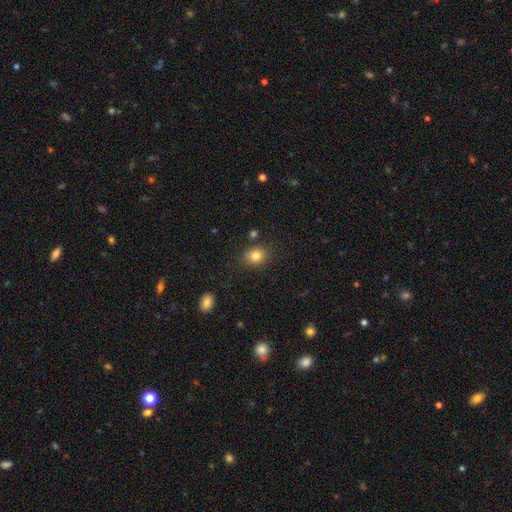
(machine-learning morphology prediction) Overall: smooth (82%). How rounded: round (57%; in between 42%). Merging: none (81%).